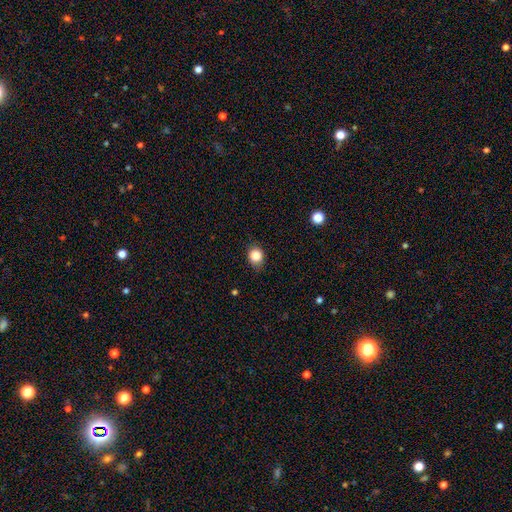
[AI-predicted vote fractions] Smooth or featured?
  - smooth: 84% *
  - star or artifact: 10%
  - featured or disk: 5%
How rounded?
  - round: 65% *
  - in between: 34%
  - cigar-shaped: 1%
Merging?
  - none: 80% *
  - minor disturbance: 16%
  - major disturbance: 3%
  - merger: 1%